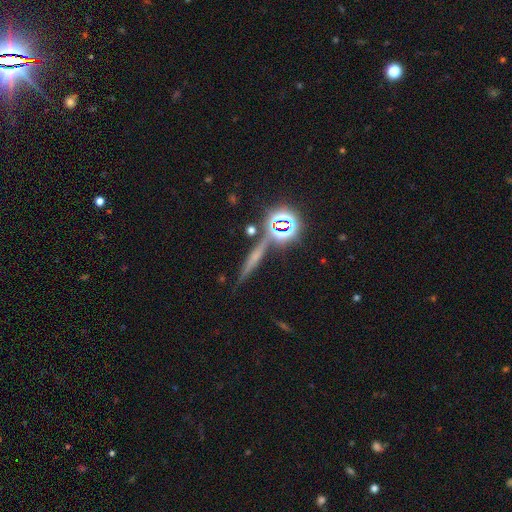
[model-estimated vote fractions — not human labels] Smooth or featured? Predicted: featured or disk (p=0.40). Merging? Predicted: none (p=0.82).